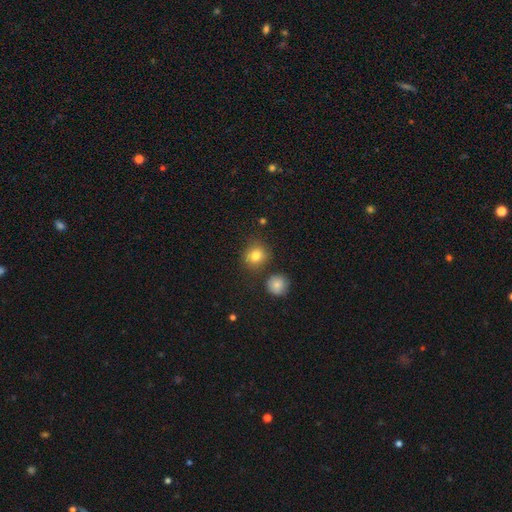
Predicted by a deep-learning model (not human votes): smooth-or-featured: smooth: 81% | star or artifact: 12% | featured or disk: 7%
  how-rounded: round: 85% | in between: 14% | cigar-shaped: 1%
  merging: none: 80% | minor disturbance: 10% | merger: 7% | major disturbance: 3%